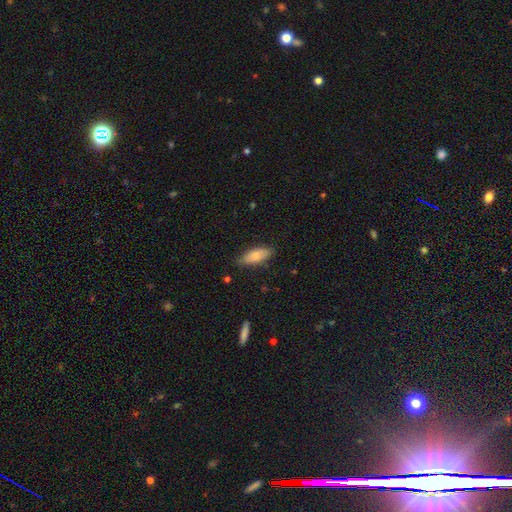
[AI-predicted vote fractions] Overall: smooth (83%). How rounded: in between (75%). Merging: none (79%).